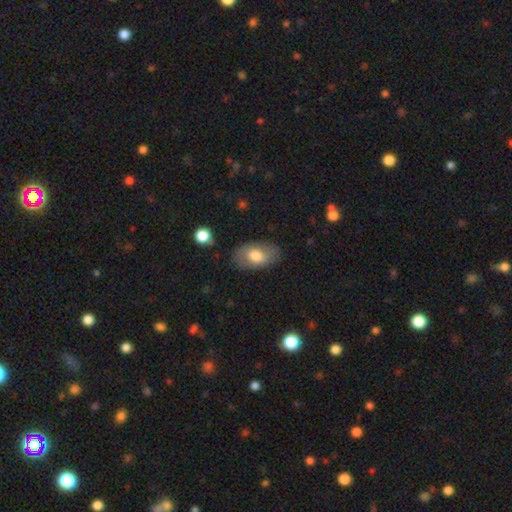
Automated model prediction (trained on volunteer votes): Smooth or featured: smooth — 68% (featured or disk — 25%)
How rounded: in between — 91% (round — 7%)
Merging: none — 78% (minor disturbance — 15%)